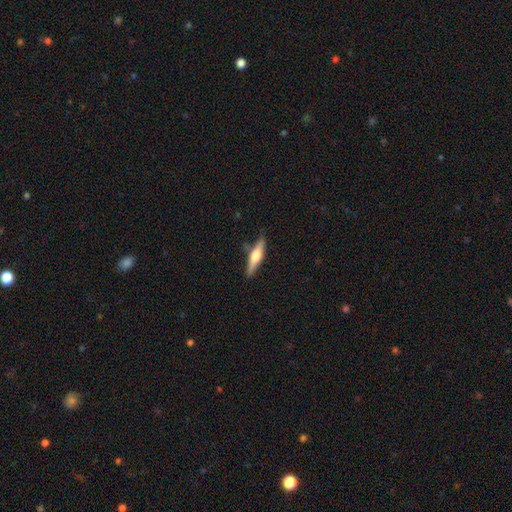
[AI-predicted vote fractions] This appears to be a featured or disk galaxy (56%) viewed edge-on (96%) with a rounded central bulge (92%). Merging: none (83%).